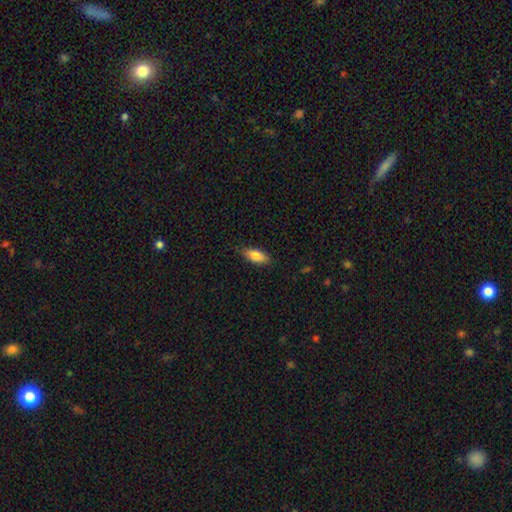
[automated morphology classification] Smooth or featured? Predicted: smooth (p=0.82). How rounded? Predicted: in between (p=0.78). Merging? Predicted: none (p=0.82).